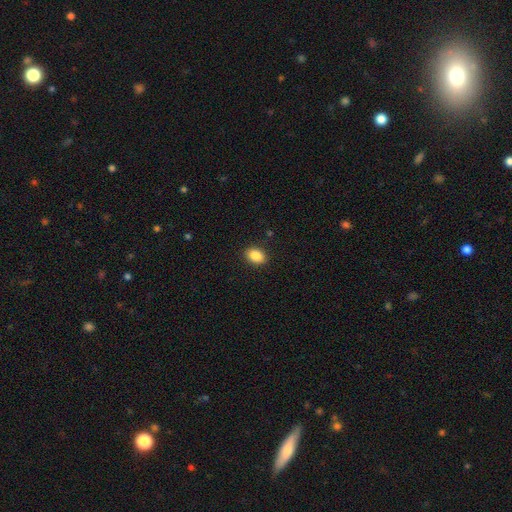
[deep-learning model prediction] Smooth or featured? Predicted: smooth (p=0.87). How rounded? Predicted: in between (p=0.72). Merging? Predicted: none (p=0.89).